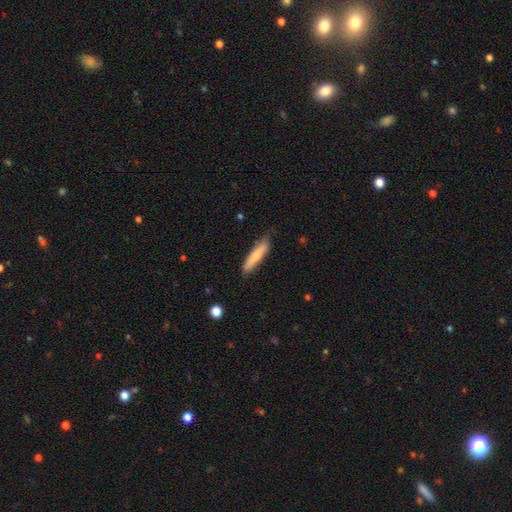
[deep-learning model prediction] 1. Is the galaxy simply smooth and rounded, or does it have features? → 72% smooth, 22% featured or disk, 6% star or artifact.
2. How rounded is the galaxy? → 84% cigar-shaped, 15% in between, 1% round.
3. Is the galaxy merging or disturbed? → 79% none, 17% minor disturbance, 3% major disturbance, 1% merger.